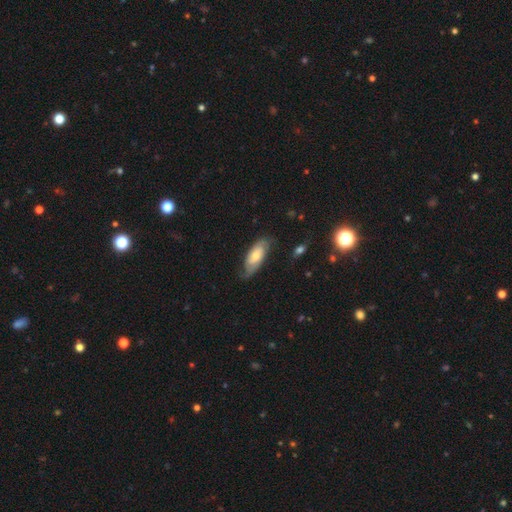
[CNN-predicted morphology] Q: Smooth or featured?
A: featured or disk (53%); runner-up: smooth (41%)
Q: Edge-on disk?
A: no (88%); runner-up: yes (12%)
Q: Merging?
A: none (66%); runner-up: minor disturbance (23%)